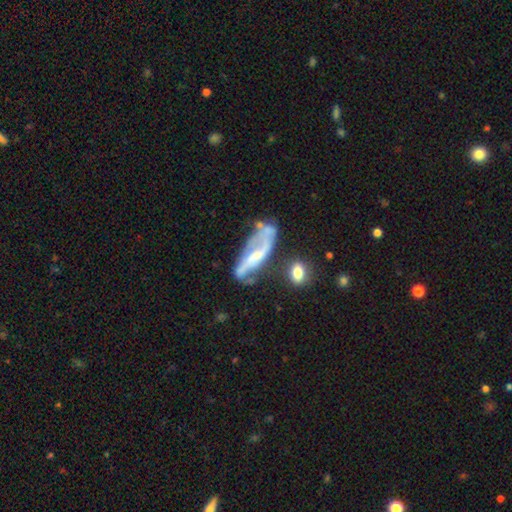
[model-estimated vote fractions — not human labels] Smooth or featured?
  - featured or disk: 71% *
  - smooth: 21%
  - star or artifact: 8%
Edge-on disk?
  - no: 84% *
  - yes: 16%
Bar?
  - no: 37% *
  - weak: 36%
  - strong: 27%
Spiral arms?
  - yes: 75% *
  - no: 25%
Bulge size?
  - small: 42% *
  - moderate: 29%
  - none: 23%
  - large: 5%
  - dominant: 2%
Merging?
  - none: 37% *
  - major disturbance: 24%
  - minor disturbance: 23%
  - merger: 16%